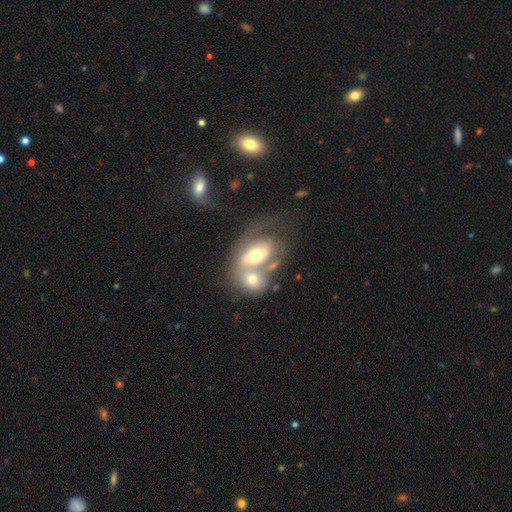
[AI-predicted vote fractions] Smooth or featured? featured or disk (53%)
Edge-on disk? no (94%)
Bar? no (72%)
Spiral arms? no (58%)
Bulge size? moderate (67%)
Merging? merger (67%)